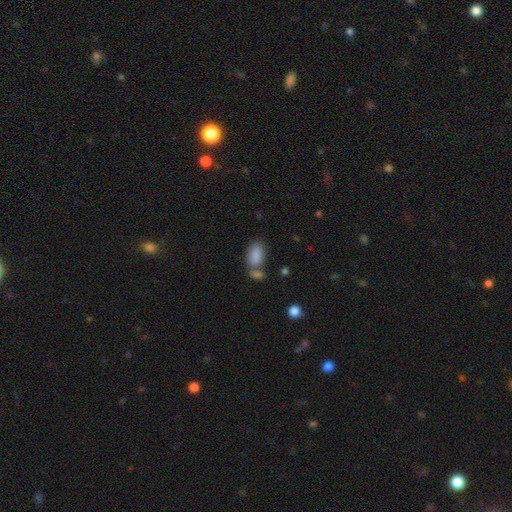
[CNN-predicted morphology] A smooth galaxy with no disk features (86%) that is in between round and cigar-shaped (93%).

Vote fractions:
- Smooth or featured? smooth: 86% / star or artifact: 8% / featured or disk: 6%
- How rounded? in between: 93% / round: 5% / cigar-shaped: 2%
- Merging? none: 47% / merger: 33% / minor disturbance: 15% / major disturbance: 6%